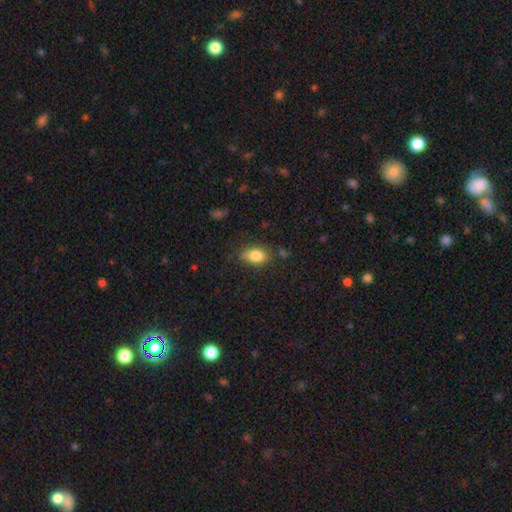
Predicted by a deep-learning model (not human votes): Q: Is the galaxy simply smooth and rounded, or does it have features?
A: smooth — 82%.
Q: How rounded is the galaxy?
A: in between — 85%.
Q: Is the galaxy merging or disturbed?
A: none — 71%.